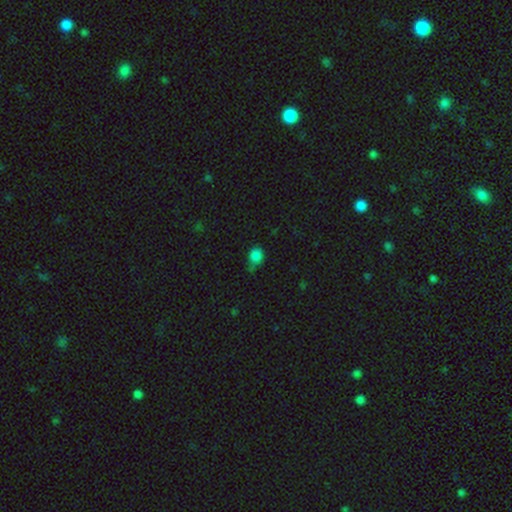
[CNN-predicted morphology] Smooth or featured?
  - smooth: 83% *
  - star or artifact: 13%
  - featured or disk: 4%
How rounded?
  - round: 65% *
  - in between: 34%
  - cigar-shaped: 1%
Merging?
  - none: 53% *
  - minor disturbance: 34%
  - major disturbance: 8%
  - merger: 4%